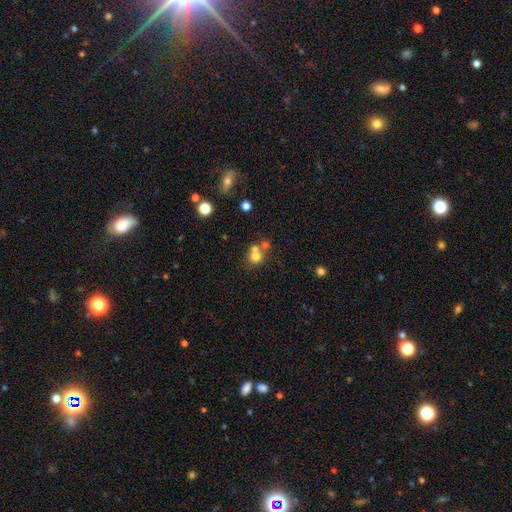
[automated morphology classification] smooth 70%, featured or disk 15%, star or artifact 15%. Down the decision tree: how rounded — round (85%); merging — merger (47%).